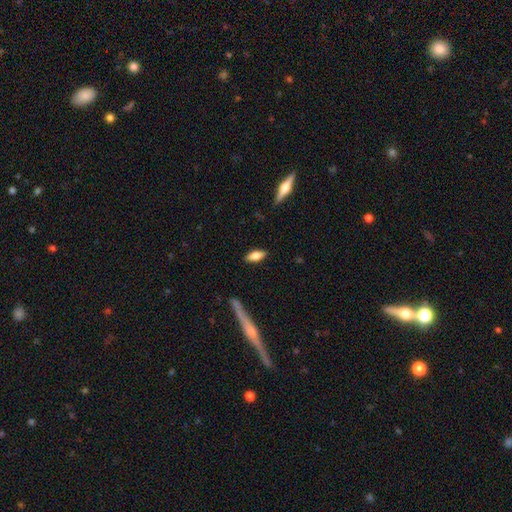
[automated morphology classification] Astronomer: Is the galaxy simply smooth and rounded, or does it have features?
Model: smooth — 75%.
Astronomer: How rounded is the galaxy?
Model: in between — 73%.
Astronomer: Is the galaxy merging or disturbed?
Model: none — 86%.